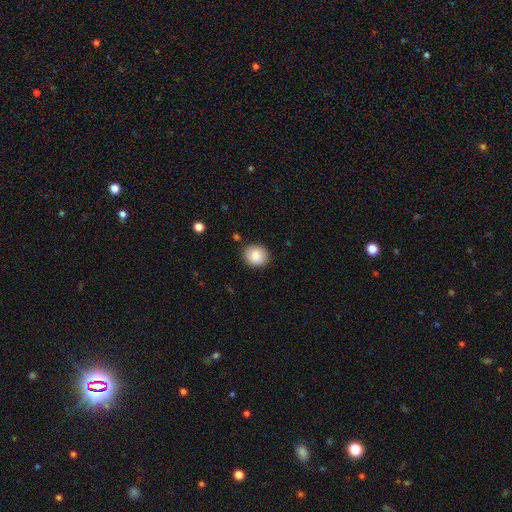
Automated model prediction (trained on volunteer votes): smooth 86%, star or artifact 8%, featured or disk 6%. Down the decision tree: how rounded — round (72%); merging — none (86%).